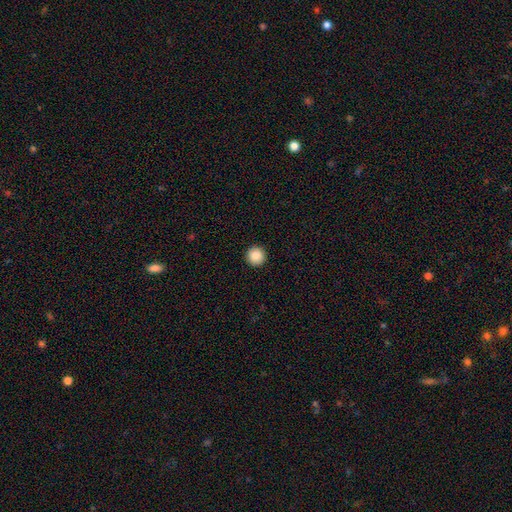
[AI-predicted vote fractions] Q: Smooth or featured?
A: smooth (87%); runner-up: star or artifact (9%)
Q: How rounded?
A: round (96%); runner-up: in between (3%)
Q: Merging?
A: none (94%); runner-up: minor disturbance (4%)